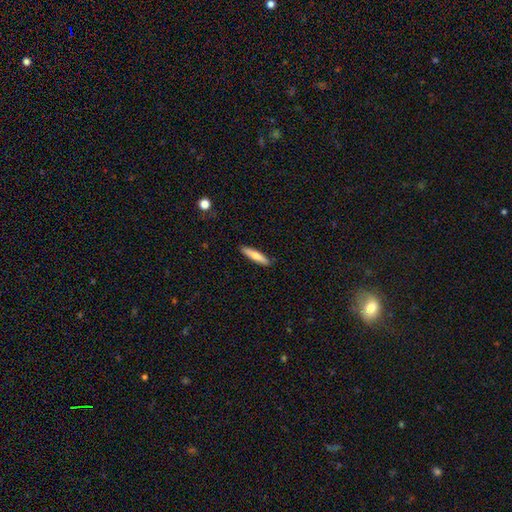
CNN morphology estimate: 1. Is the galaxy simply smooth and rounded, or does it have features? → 78% smooth, 16% featured or disk, 5% star or artifact.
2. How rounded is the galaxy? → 85% cigar-shaped, 13% in between, 1% round.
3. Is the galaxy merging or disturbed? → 90% none, 8% minor disturbance, 2% major disturbance, 1% merger.